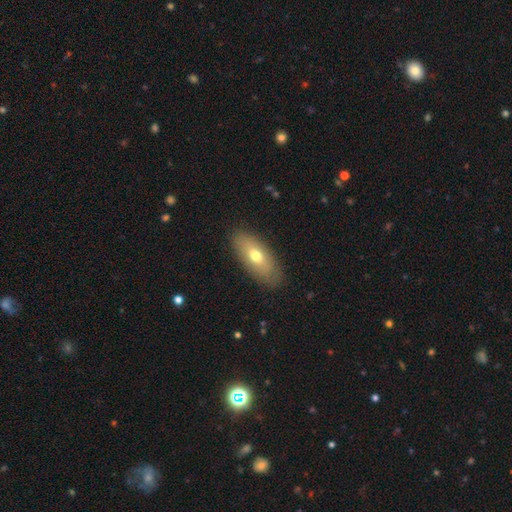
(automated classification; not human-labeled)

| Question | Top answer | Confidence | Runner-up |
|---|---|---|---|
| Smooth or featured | smooth | 66% | featured or disk (27%) |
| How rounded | in between | 82% | cigar-shaped (15%) |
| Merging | none | 84% | minor disturbance (11%) |